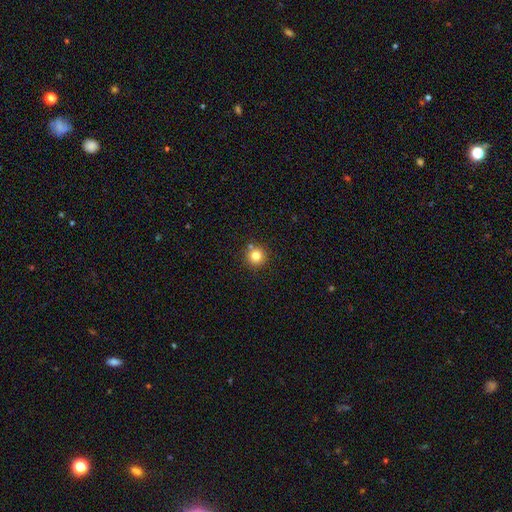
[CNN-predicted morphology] type=smooth (82%); roundness=round (95%); merging=none (84%).